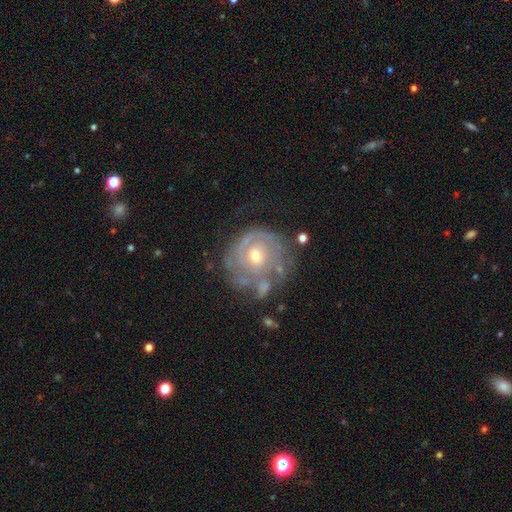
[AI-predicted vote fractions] This is likely a featured or disk galaxy (79%). It is clearly not viewed edge-on (97%). Bar: likely no (76%). Spiral arm pattern: clearly yes (82%). Spiral arm count: possibly can't tell (47%). Spiral winding: likely tight (75%). Central bulge: likely moderate (62%). Merging: possibly none (57%).